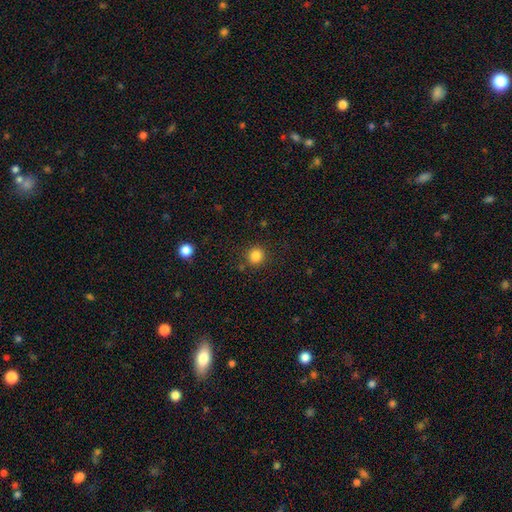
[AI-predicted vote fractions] The model was most divided on "smooth or featured": smooth: 85%, star or artifact: 11%, featured or disk: 4%. More confident: how rounded — round (89%); merging — none (86%).